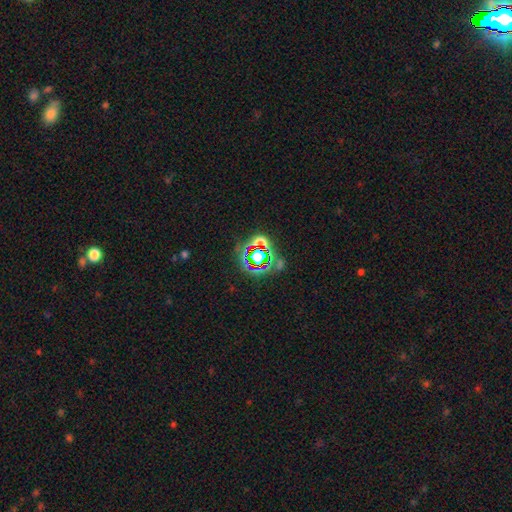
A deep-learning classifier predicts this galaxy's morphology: A star or artifact, not a galaxy (64%).

Vote fractions:
- Smooth or featured? star or artifact: 64% / smooth: 22% / featured or disk: 14%